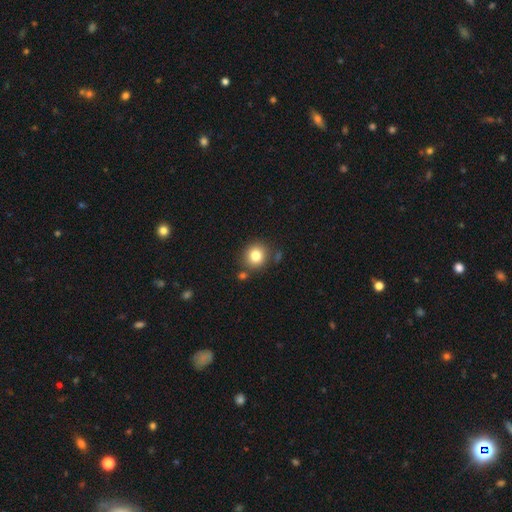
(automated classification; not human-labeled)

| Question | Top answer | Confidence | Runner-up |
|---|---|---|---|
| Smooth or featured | smooth | 81% | star or artifact (11%) |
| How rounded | round | 86% | in between (13%) |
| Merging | none | 79% | minor disturbance (10%) |